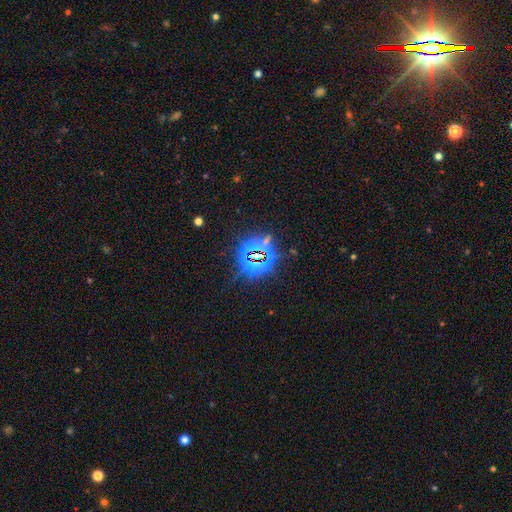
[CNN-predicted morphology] type=star or artifact (83%).